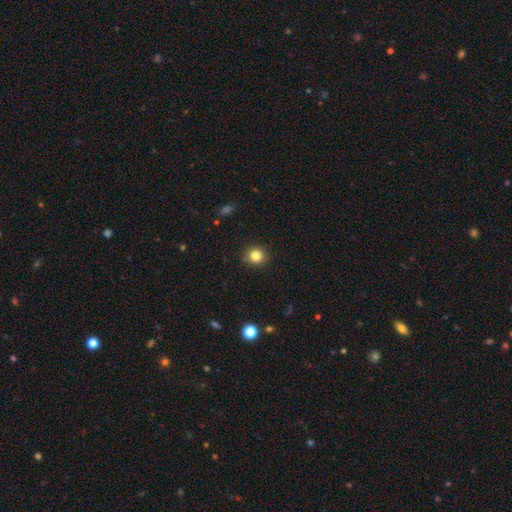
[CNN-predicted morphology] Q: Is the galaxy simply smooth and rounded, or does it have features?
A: smooth — 82%.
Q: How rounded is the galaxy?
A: round — 91%.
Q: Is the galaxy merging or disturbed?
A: none — 89%.